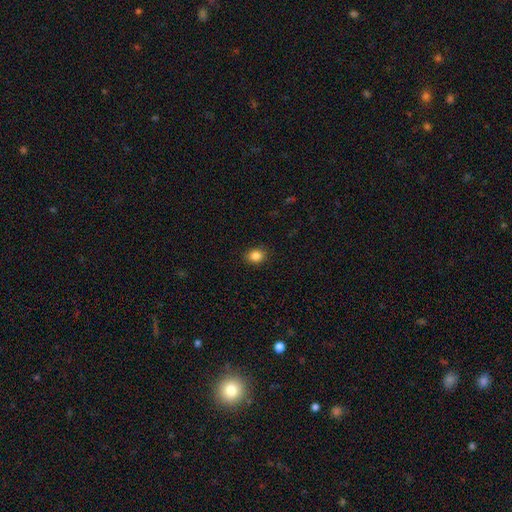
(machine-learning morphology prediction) Smooth or featured? smooth (85%)
How rounded? round (58%)
Merging? none (89%)